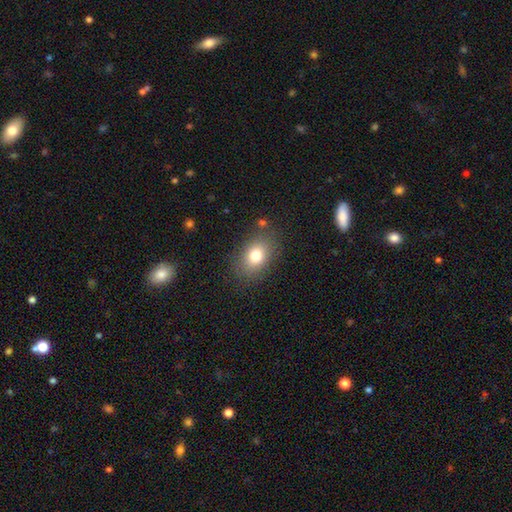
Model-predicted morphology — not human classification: This is likely a smooth galaxy (77%). How rounded: likely in between (74%). Merging: clearly none (81%).